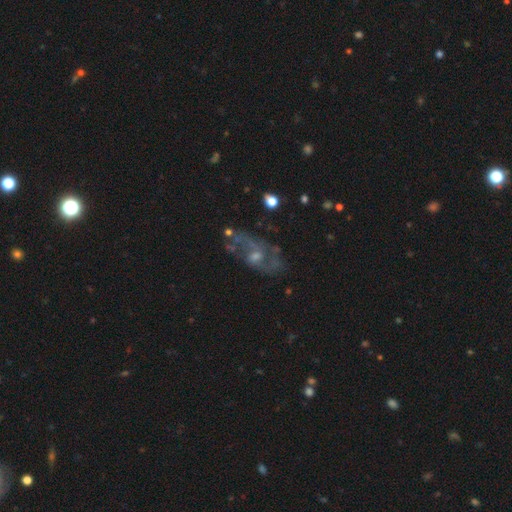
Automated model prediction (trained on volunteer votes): featured or disk 74%, smooth 14%, star or artifact 11%. Down the decision tree: edge-on disk — no (94%); bar — no (58%); spiral arms — yes (77%); spiral arm count — 2 (61%); spiral winding — medium (43%); bulge size — small (46%); merging — none (55%).